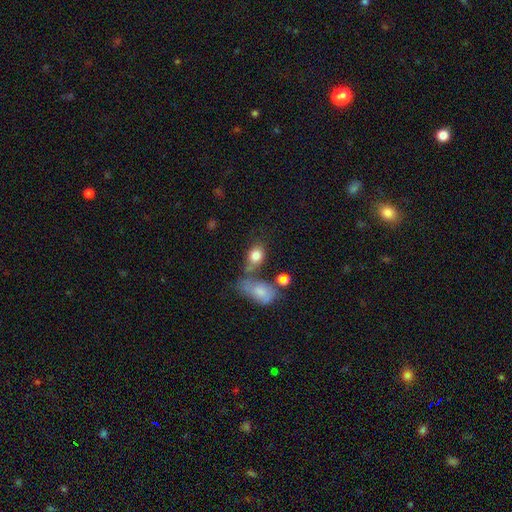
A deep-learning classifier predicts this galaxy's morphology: This is clearly a smooth galaxy (80%). How rounded: likely in between (69%). Merging: possibly none (48%).